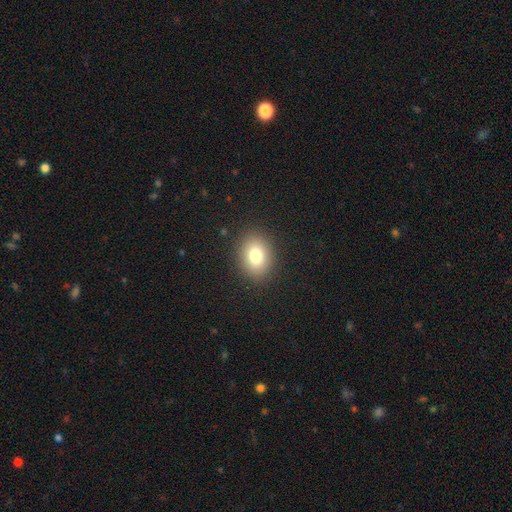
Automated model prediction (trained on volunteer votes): Smooth or featured?
  - smooth: 79% *
  - star or artifact: 11%
  - featured or disk: 10%
How rounded?
  - in between: 57% *
  - round: 42%
  - cigar-shaped: 1%
Merging?
  - none: 88% *
  - minor disturbance: 8%
  - major disturbance: 3%
  - merger: 1%